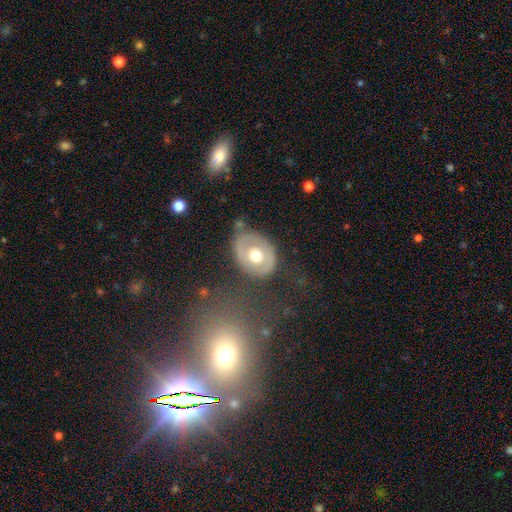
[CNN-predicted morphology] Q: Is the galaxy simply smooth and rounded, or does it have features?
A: featured or disk — 48%.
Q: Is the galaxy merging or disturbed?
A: none — 68%.